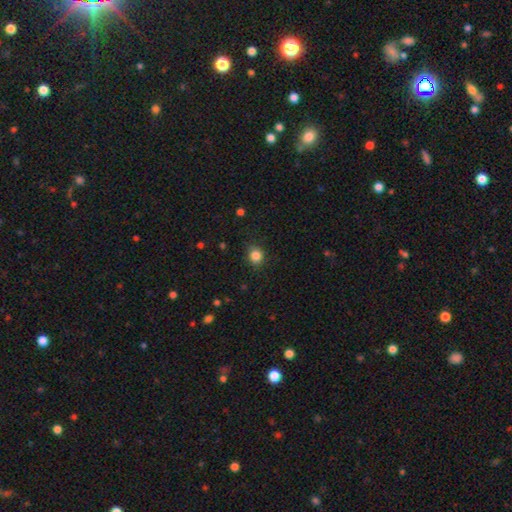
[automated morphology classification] This is clearly a smooth galaxy (85%). How rounded: clearly round (84%). Merging: clearly none (88%).